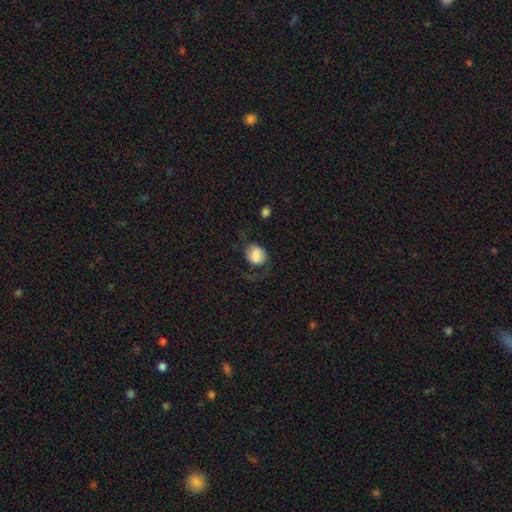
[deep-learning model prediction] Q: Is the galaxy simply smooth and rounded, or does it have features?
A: smooth — 71%.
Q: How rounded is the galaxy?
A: round — 55%.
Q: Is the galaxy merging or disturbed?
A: none — 43%.